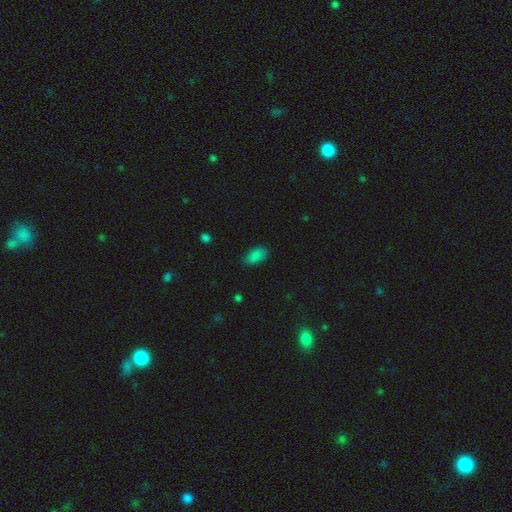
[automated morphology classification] smooth 85%, star or artifact 11%, featured or disk 4%. Down the decision tree: how rounded — in between (93%); merging — none (82%).